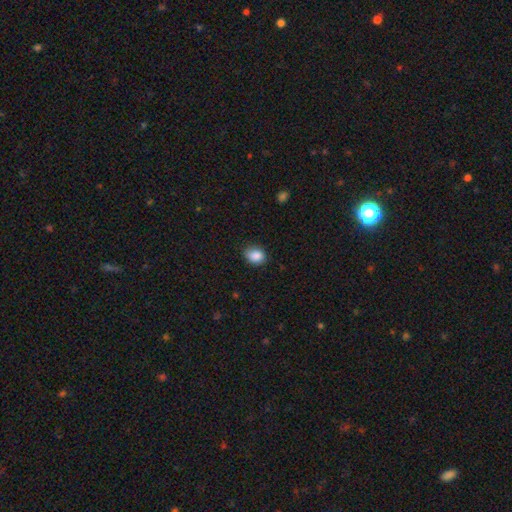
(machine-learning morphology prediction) smooth_or_featured: smooth (p=0.88) [alt: star or artifact p=0.09]
how_rounded: in between (p=0.58) [alt: round p=0.41]
merging: none (p=0.77) [alt: minor disturbance p=0.19]